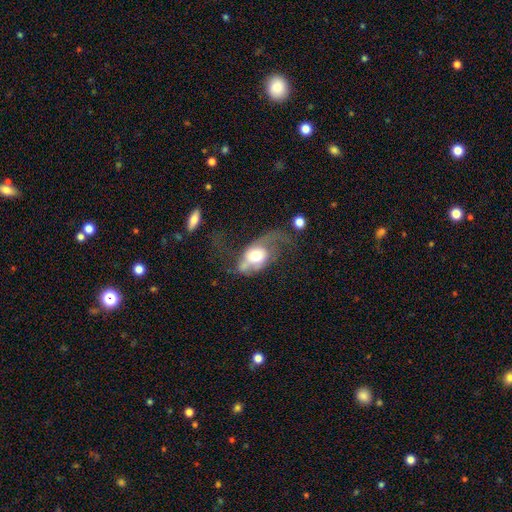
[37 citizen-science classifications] Smooth or featured: smooth — 62% (featured or disk — 32%)
How rounded: in between — 52% (round — 48%)
Merging: major disturbance — 49% (merger — 26%)